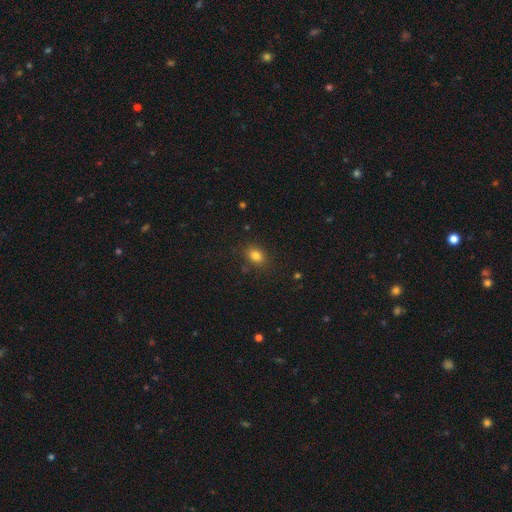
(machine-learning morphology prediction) Overall: smooth (82%). How rounded: in between (66%; round 33%). Merging: none (83%).